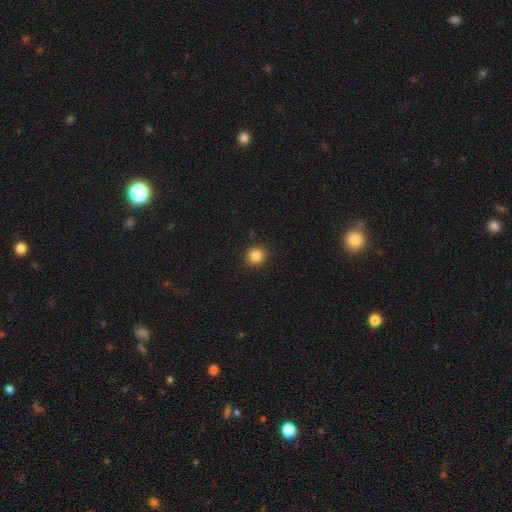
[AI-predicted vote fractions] Smooth or featured? smooth (85%)
How rounded? round (92%)
Merging? none (92%)